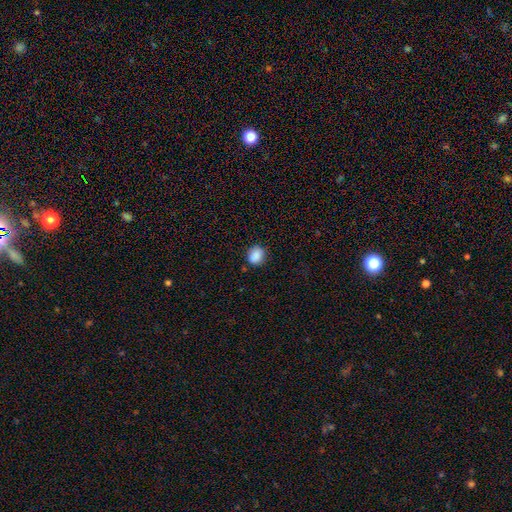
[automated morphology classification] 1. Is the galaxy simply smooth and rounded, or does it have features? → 88% smooth, 9% star or artifact, 3% featured or disk.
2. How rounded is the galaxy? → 68% round, 31% in between, 1% cigar-shaped.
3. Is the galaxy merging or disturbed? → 83% none, 13% minor disturbance, 3% major disturbance, 2% merger.